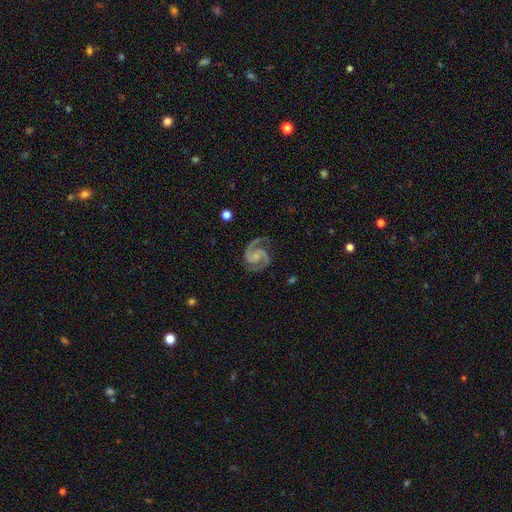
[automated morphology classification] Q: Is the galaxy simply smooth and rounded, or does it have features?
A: featured or disk — 93%.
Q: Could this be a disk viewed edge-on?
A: no — 99%.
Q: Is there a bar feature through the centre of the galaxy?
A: no — 59%.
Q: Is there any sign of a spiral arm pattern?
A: yes — 99%.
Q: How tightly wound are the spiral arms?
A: medium — 56%.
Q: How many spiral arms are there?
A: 2 — 93%.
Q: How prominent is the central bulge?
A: small — 61%.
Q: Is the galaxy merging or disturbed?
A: none — 79%.